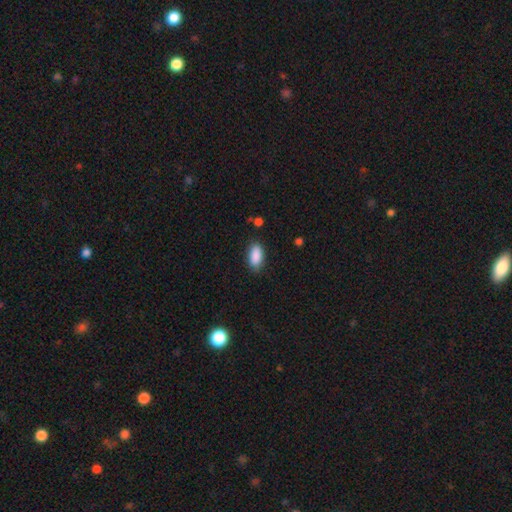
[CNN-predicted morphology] smooth_or_featured: smooth (p=0.89) [alt: star or artifact p=0.07]
how_rounded: in between (p=0.91) [alt: cigar-shaped p=0.06]
merging: none (p=0.83) [alt: minor disturbance p=0.13]